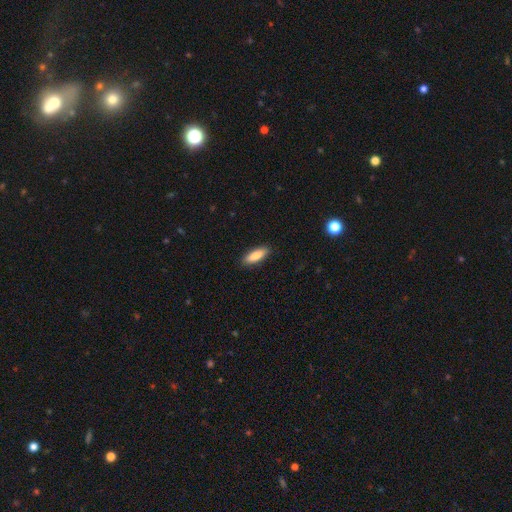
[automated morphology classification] The model was most divided on "how rounded": in between: 56%, cigar-shaped: 43%, round: 2%. More confident: merging — none (89%); smooth or featured — smooth (85%).